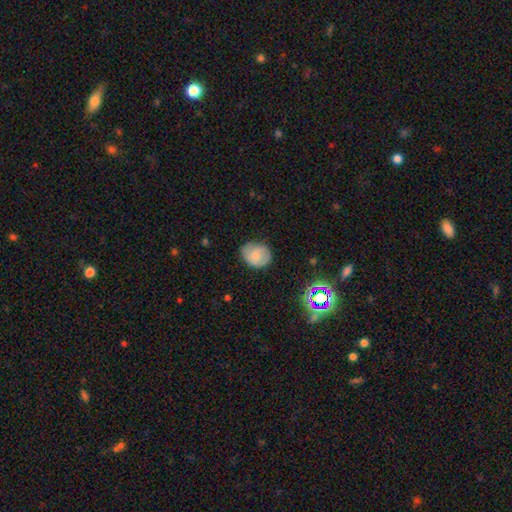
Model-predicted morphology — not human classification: This appears to be a smooth galaxy with no disk features (67%) that is round (58%). Merging: none (71%).